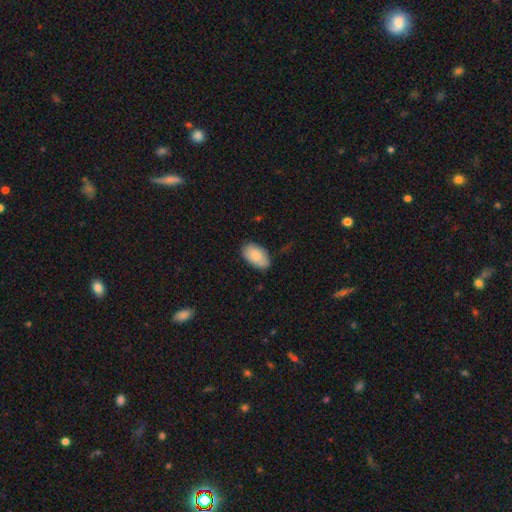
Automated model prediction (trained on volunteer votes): A smooth galaxy with no disk features (85%) that is in between round and cigar-shaped (94%).

Vote fractions:
- Smooth or featured? smooth: 85% / featured or disk: 9% / star or artifact: 6%
- How rounded? in between: 94% / round: 4% / cigar-shaped: 2%
- Merging? none: 80% / minor disturbance: 16% / major disturbance: 3% / merger: 1%